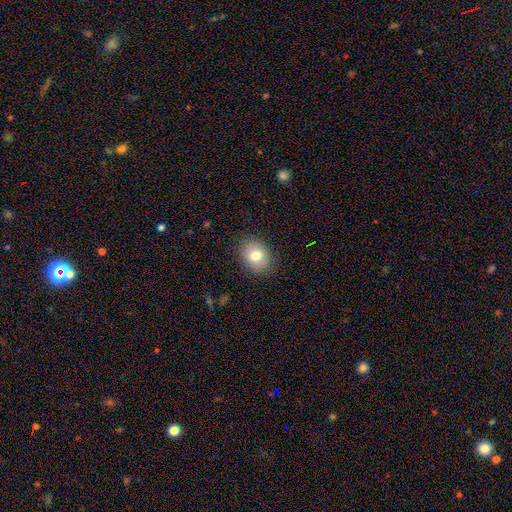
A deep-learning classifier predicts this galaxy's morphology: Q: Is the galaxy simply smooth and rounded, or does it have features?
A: smooth — 79%.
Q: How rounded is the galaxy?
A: in between — 55%.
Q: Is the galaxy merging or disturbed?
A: none — 87%.